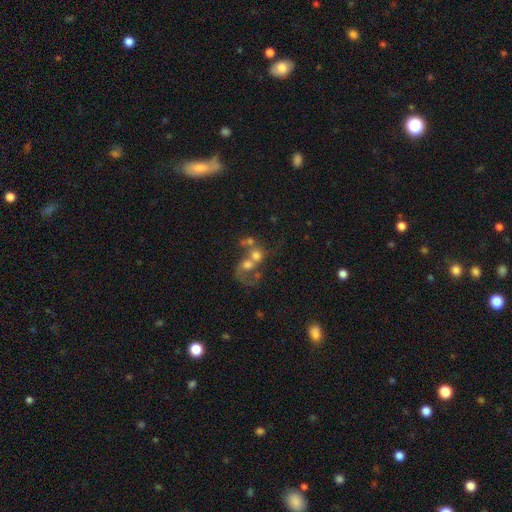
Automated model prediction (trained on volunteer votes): Overall: smooth (47%; featured or disk 40%). Merging: merger (68%).